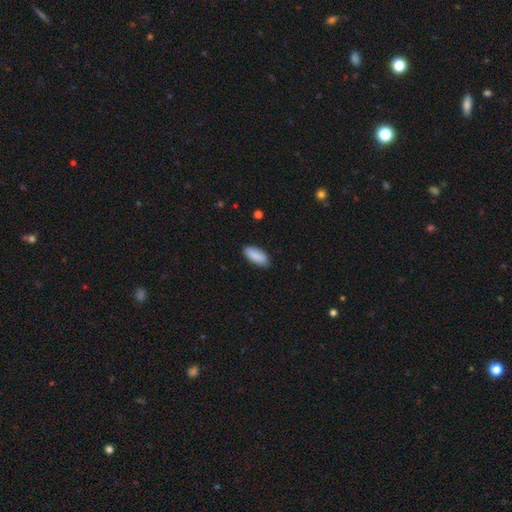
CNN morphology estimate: Smooth or featured?
  - smooth: 89% *
  - star or artifact: 6%
  - featured or disk: 5%
How rounded?
  - in between: 85% *
  - cigar-shaped: 13%
  - round: 2%
Merging?
  - none: 86% *
  - minor disturbance: 11%
  - major disturbance: 2%
  - merger: 1%